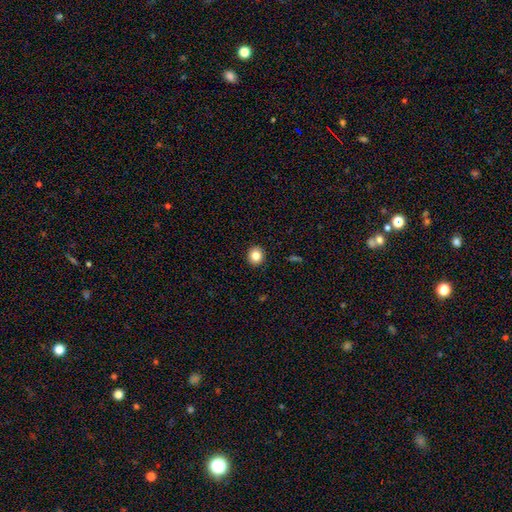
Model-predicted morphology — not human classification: smooth 83%, star or artifact 10%, featured or disk 7%. Down the decision tree: how rounded — round (88%); merging — none (93%).